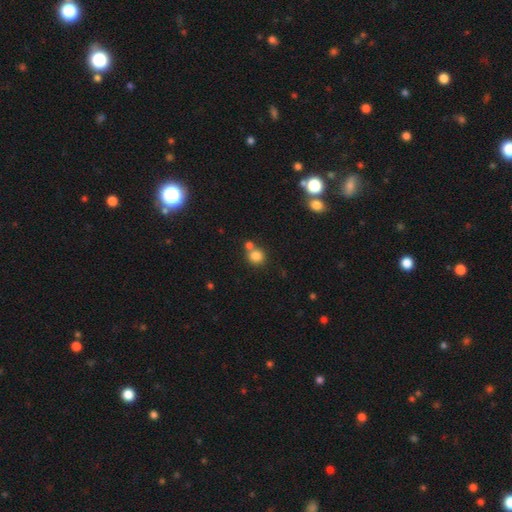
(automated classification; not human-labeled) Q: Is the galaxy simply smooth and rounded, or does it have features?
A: smooth — 82%.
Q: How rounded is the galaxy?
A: round — 88%.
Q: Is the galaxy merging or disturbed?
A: none — 59%.